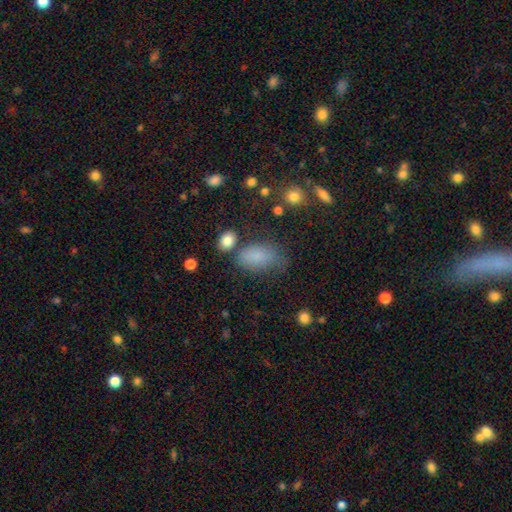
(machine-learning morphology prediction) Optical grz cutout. It shows a smooth galaxy with no disk features (78%) that is in between round and cigar-shaped (91%). Merging: none (48%).